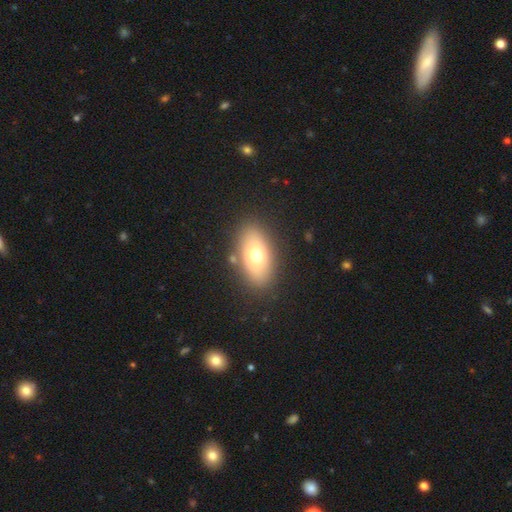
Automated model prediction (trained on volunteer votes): This is likely a smooth galaxy (69%). How rounded: clearly in between (89%). Merging: clearly none (84%).